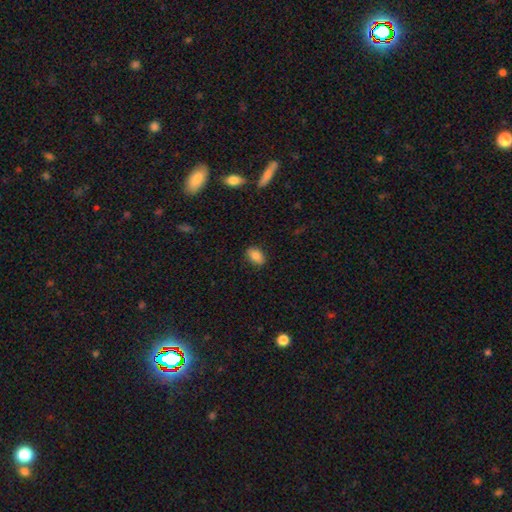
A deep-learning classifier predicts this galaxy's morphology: smooth-or-featured: smooth: 85% | star or artifact: 9% | featured or disk: 7%
  how-rounded: in between: 86% | round: 13% | cigar-shaped: 2%
  merging: none: 86% | minor disturbance: 10% | major disturbance: 2% | merger: 1%